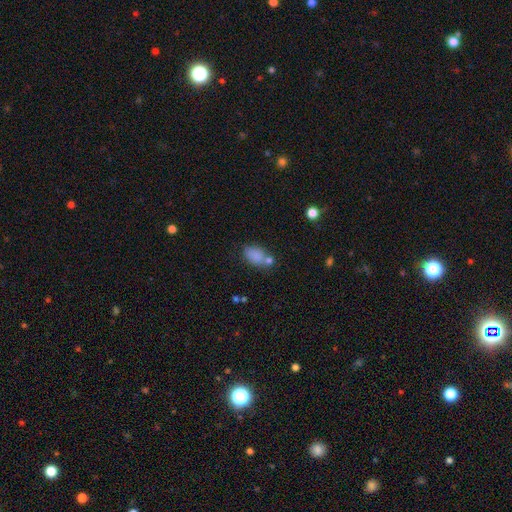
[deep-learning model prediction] smooth-or-featured: smooth: 81% | star or artifact: 11% | featured or disk: 9%
  how-rounded: in between: 84% | round: 14% | cigar-shaped: 2%
  merging: none: 51% | merger: 23% | minor disturbance: 19% | major disturbance: 7%